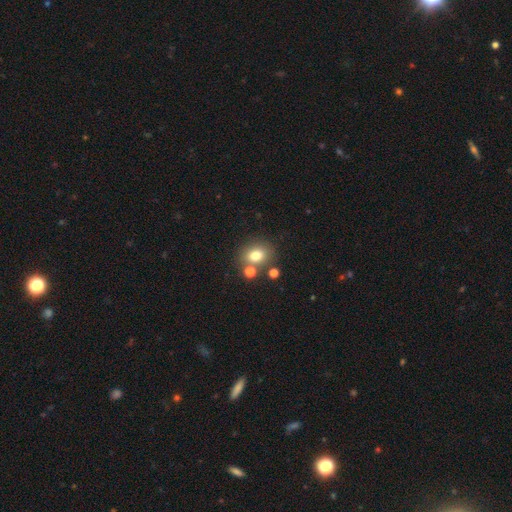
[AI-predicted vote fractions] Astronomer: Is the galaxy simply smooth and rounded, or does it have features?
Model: smooth — 76%.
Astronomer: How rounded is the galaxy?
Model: round — 53% (runner-up: in between, 46%).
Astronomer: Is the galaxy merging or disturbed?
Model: none — 68%.